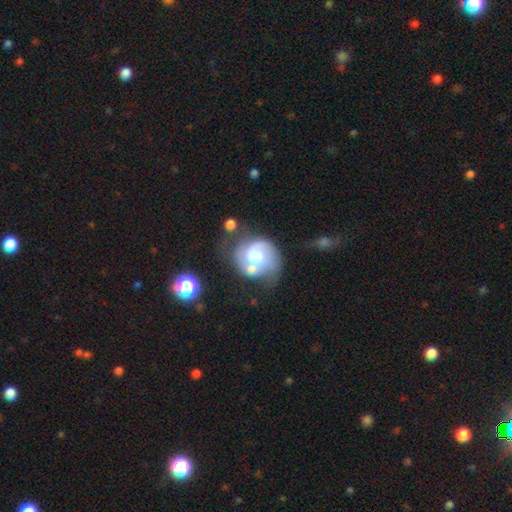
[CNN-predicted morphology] This appears to be a featured or disk galaxy (68%) with no bar (67%), 2 (68%) medium (42%) spiral arms (83%) and a moderate central bulge (47%). Merging: none (35%).